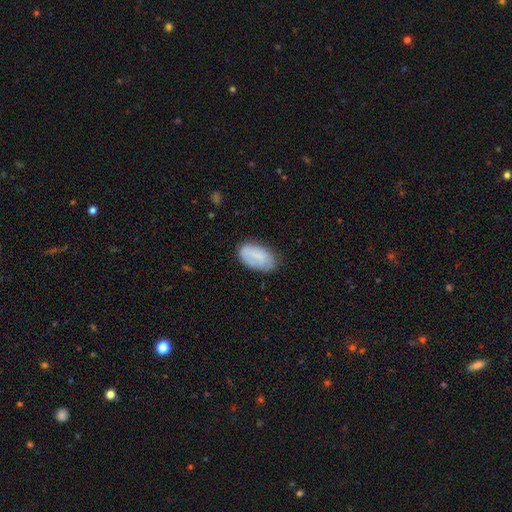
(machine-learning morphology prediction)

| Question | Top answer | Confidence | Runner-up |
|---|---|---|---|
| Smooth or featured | smooth | 71% | featured or disk (22%) |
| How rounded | in between | 94% | round (4%) |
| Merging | none | 72% | minor disturbance (21%) |